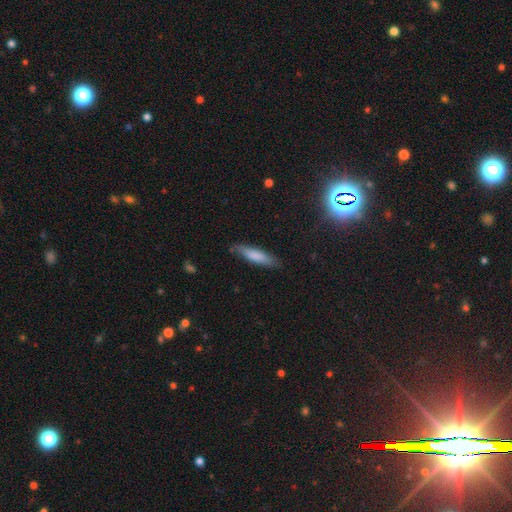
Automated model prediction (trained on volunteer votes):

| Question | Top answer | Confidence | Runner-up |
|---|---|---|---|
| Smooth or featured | smooth | 79% | featured or disk (15%) |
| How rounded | cigar-shaped | 78% | in between (21%) |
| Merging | none | 83% | minor disturbance (14%) |